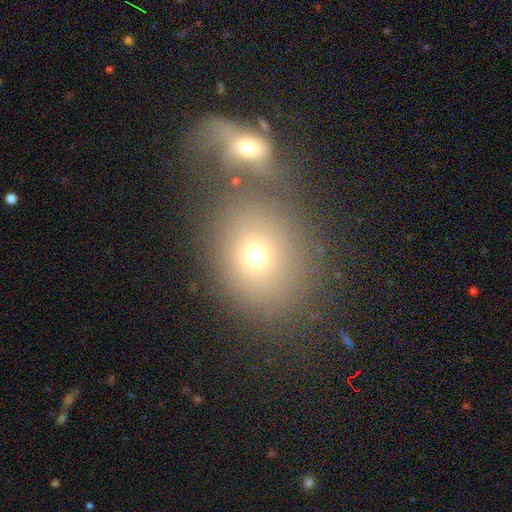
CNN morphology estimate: This appears to be a smooth galaxy with no disk features (67%) that is round (62%). Merging: merger (44%).